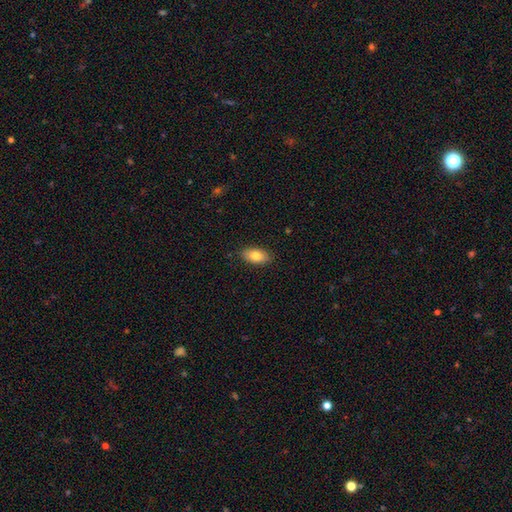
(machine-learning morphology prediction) Smooth or featured: smooth — 81% (featured or disk — 12%)
How rounded: in between — 93% (cigar-shaped — 4%)
Merging: none — 87% (minor disturbance — 10%)